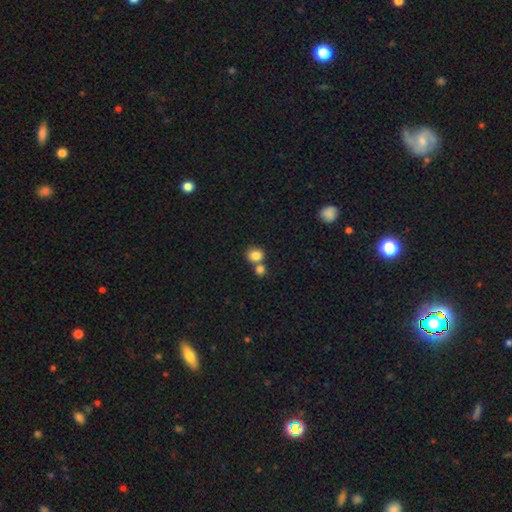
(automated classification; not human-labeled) Smooth or featured: smooth — 83% (star or artifact — 10%)
How rounded: round — 72% (in between — 27%)
Merging: none — 53% (merger — 37%)